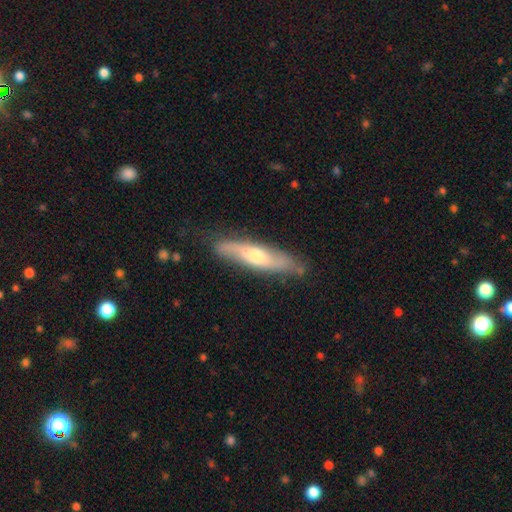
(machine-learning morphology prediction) A featured or disk galaxy (62%) viewed edge-on (51%). Merging: none (79%).